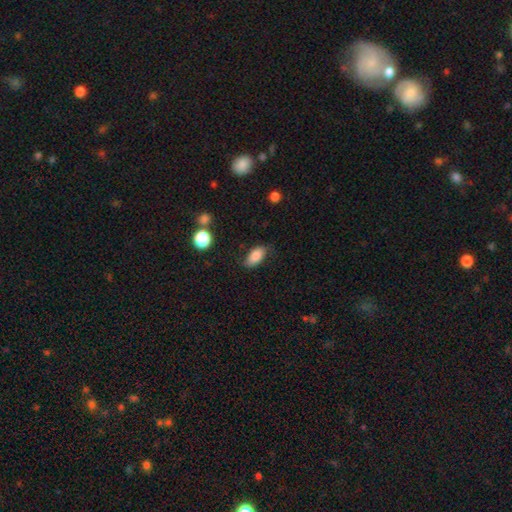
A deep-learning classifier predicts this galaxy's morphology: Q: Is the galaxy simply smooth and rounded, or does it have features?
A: smooth — 82%.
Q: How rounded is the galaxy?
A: in between — 90%.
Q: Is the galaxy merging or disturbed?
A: none — 72%.